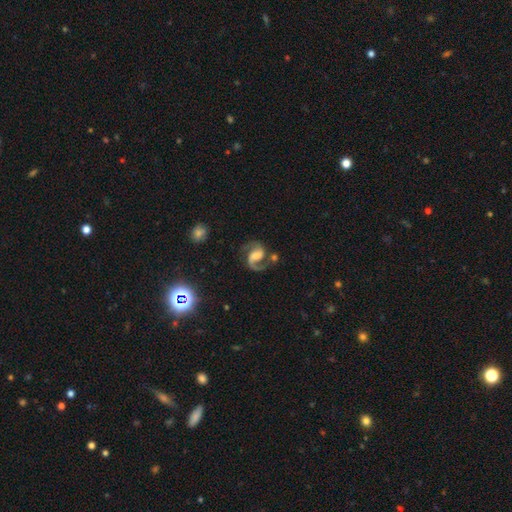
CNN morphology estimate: smooth_or_featured: featured or disk (p=0.89) [alt: smooth p=0.05]
disk_edge_on: no (p=0.98) [alt: yes p=0.02]
bar: weak (p=0.46) [alt: no p=0.31]
has_spiral_arms: yes (p=0.98) [alt: no p=0.02]
spiral_winding: medium (p=0.57) [alt: loose p=0.29]
spiral_arm_count: 2 (p=0.87) [alt: 1 p=0.09]
bulge_size: moderate (p=0.31) [alt: none p=0.25]
merging: none (p=0.68) [alt: minor disturbance p=0.16]